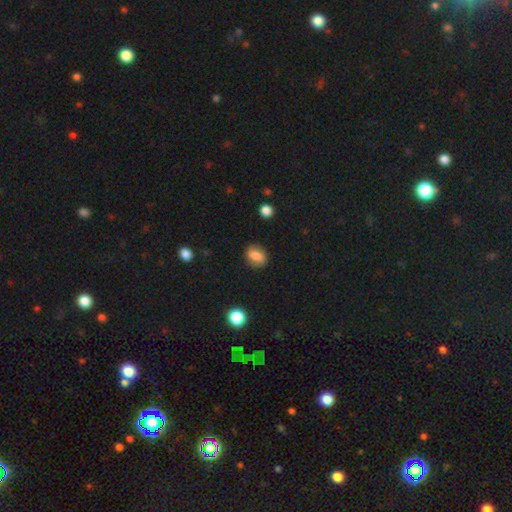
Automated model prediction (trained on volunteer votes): smooth 74%, featured or disk 17%, star or artifact 9%. Down the decision tree: how rounded — in between (63%); merging — none (82%).